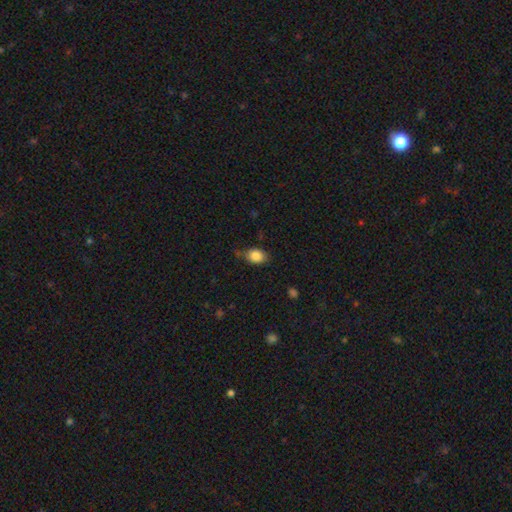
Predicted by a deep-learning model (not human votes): Smooth or featured: smooth — 87% (star or artifact — 8%)
How rounded: in between — 73% (round — 26%)
Merging: none — 71% (minor disturbance — 21%)